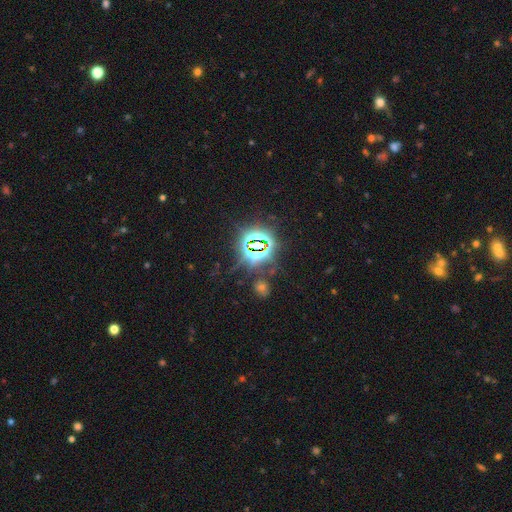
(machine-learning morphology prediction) smooth_or_featured: star or artifact (p=0.81) [alt: smooth p=0.11]